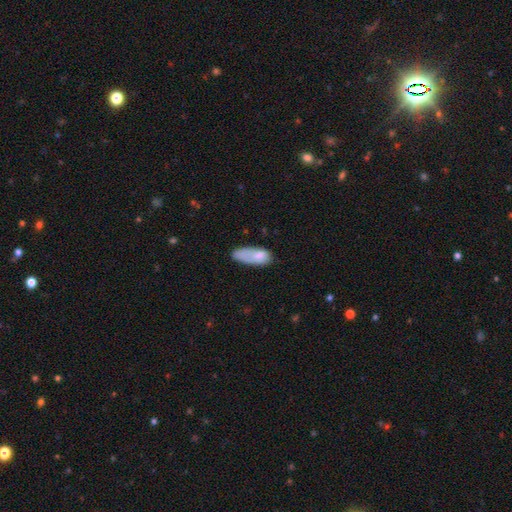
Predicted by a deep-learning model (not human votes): The model was most divided on "merging": none: 34%, minor disturbance: 32%, major disturbance: 20%, merger: 14%. More confident: smooth or featured — smooth (74%); how rounded — in between (74%).